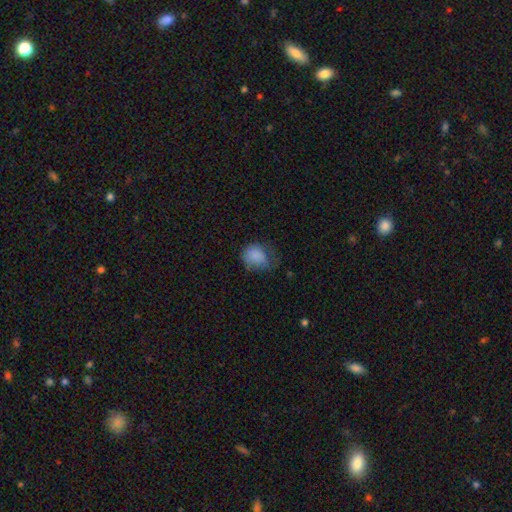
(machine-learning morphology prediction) A smooth galaxy with no disk features (81%) that is round (51%). Merging: none (42%).